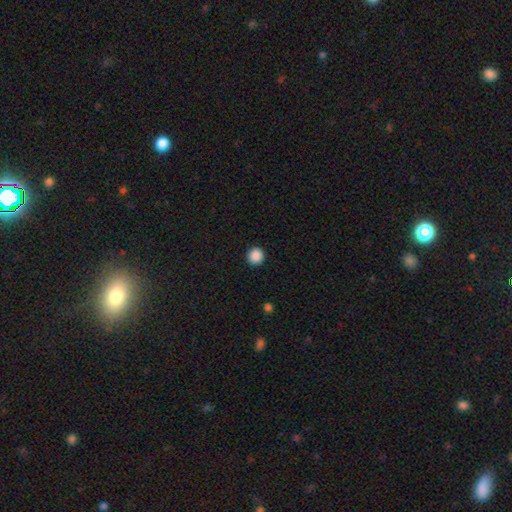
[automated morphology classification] Overall: smooth (88%). How rounded: round (95%). Merging: none (93%).